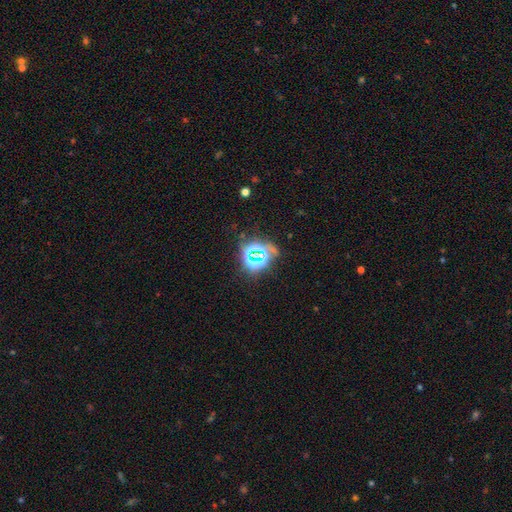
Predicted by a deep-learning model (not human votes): Q: Smooth or featured?
A: star or artifact (67%); runner-up: smooth (22%)